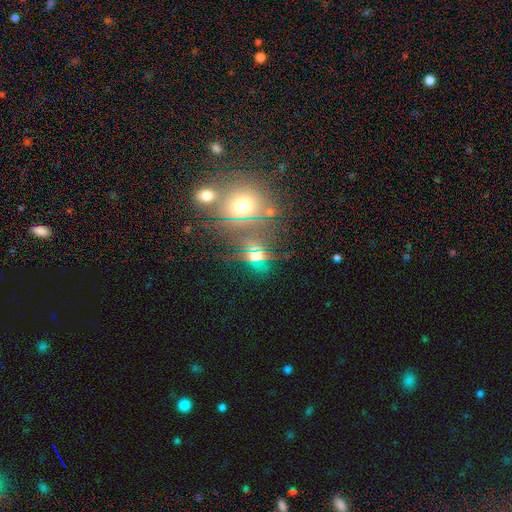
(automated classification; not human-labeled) Smooth or featured? Predicted: star or artifact (p=0.57).